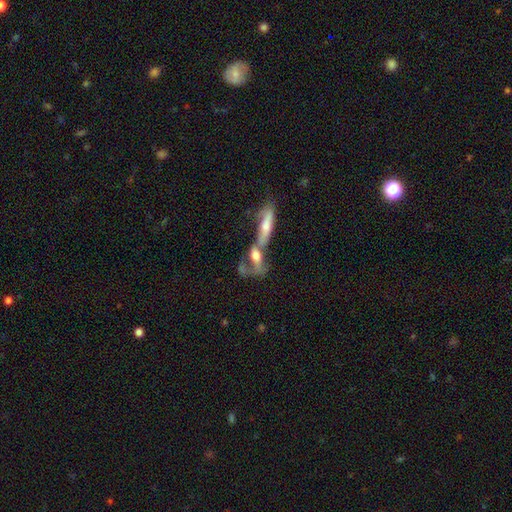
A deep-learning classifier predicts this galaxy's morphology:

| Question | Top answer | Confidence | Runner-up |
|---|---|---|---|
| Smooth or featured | featured or disk | 50% | smooth (41%) |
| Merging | merger | 65% | none (19%) |